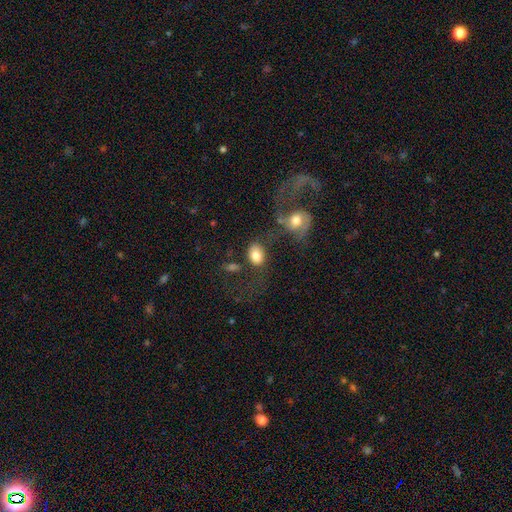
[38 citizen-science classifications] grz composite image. It shows a smooth galaxy with no disk features (71%) that is in between round and cigar-shaped (89%). Merging: none (40%).